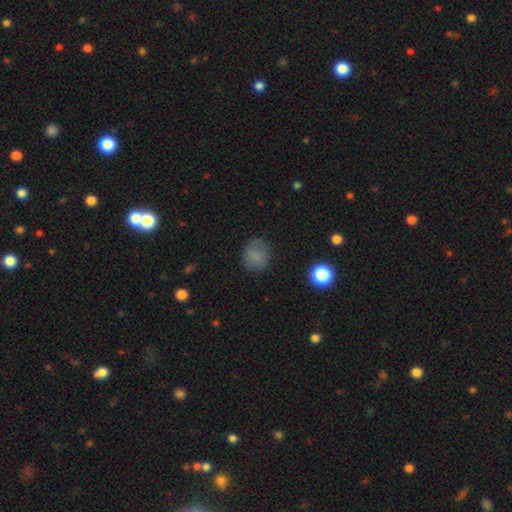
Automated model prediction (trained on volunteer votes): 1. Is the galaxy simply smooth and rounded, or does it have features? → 81% smooth, 13% star or artifact, 7% featured or disk.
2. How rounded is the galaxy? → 67% round, 32% in between, 1% cigar-shaped.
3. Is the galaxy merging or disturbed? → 74% none, 19% minor disturbance, 5% major disturbance, 1% merger.